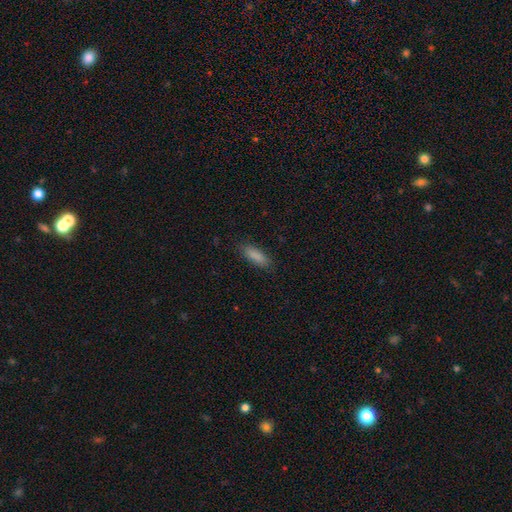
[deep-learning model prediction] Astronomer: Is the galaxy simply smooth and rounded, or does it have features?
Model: smooth — 87%.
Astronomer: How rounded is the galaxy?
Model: in between — 58% (runner-up: cigar-shaped, 40%).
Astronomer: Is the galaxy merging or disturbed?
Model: none — 86%.